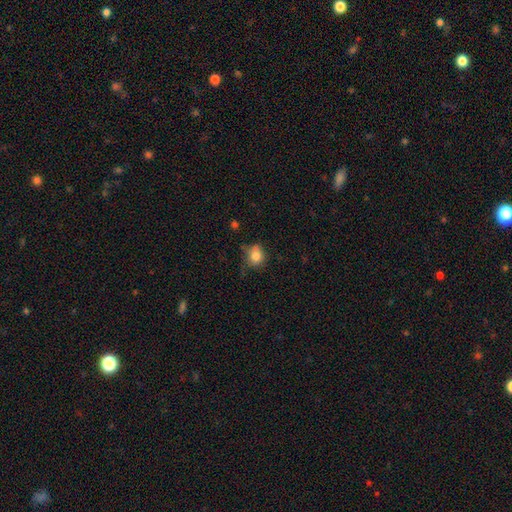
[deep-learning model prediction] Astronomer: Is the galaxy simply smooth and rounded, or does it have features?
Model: smooth — 82%.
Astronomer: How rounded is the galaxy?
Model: round — 69%.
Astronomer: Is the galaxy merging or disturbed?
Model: none — 57%.